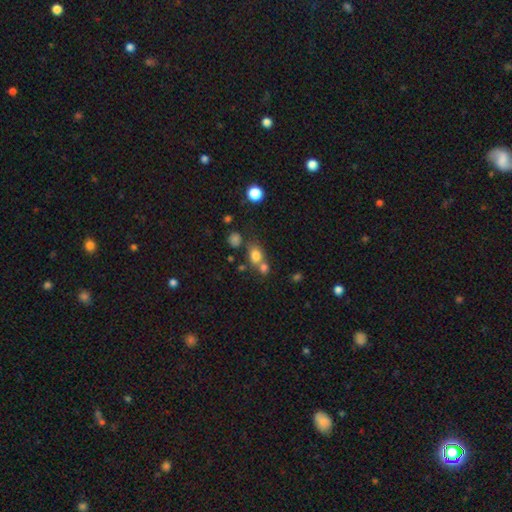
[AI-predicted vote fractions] This appears to be a smooth galaxy with no disk features (78%) that is in between round and cigar-shaped (52%). Merging: none (46%).